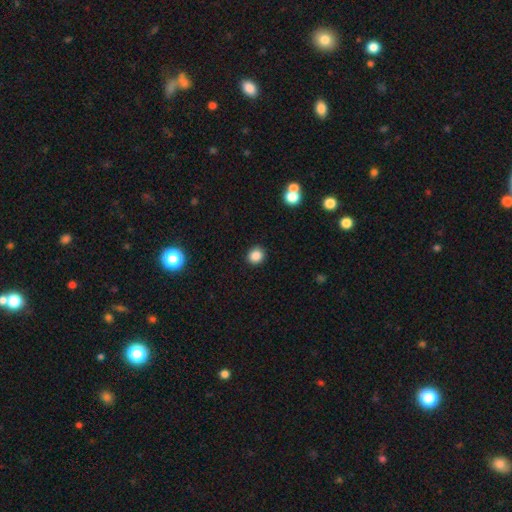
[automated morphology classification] Overall: smooth (86%). How rounded: round (84%). Merging: none (90%).